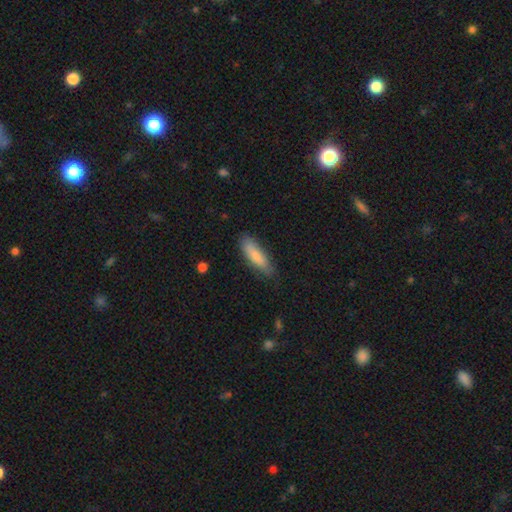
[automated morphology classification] type=smooth (81%); roundness=cigar-shaped (57%); merging=none (80%).